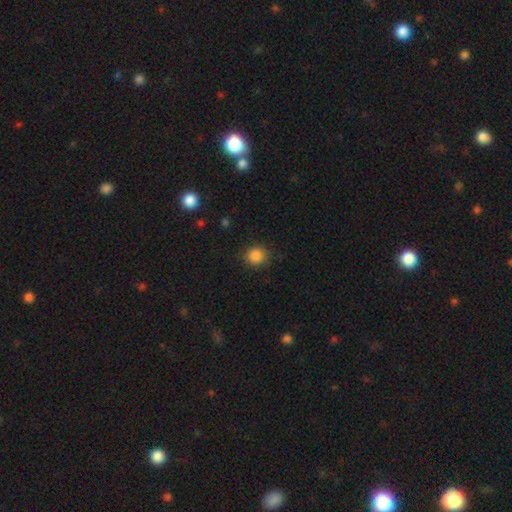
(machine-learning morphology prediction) smooth-or-featured: smooth: 87% | star or artifact: 10% | featured or disk: 3%
  how-rounded: round: 86% | in between: 13% | cigar-shaped: 1%
  merging: none: 88% | minor disturbance: 8% | major disturbance: 3% | merger: 1%